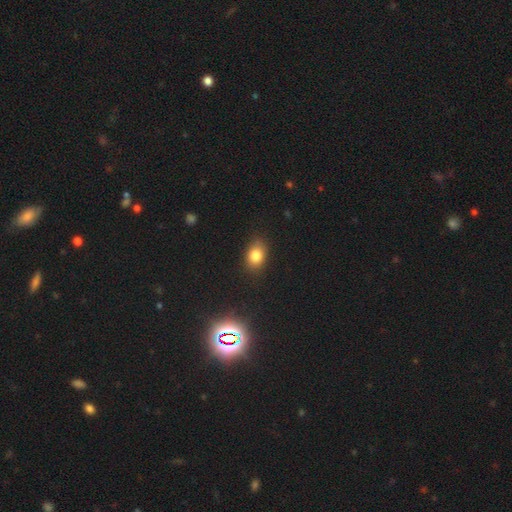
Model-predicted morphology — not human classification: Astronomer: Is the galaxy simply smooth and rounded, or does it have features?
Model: smooth — 81%.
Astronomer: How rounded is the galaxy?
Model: in between — 71%.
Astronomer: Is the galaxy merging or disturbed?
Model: none — 82%.